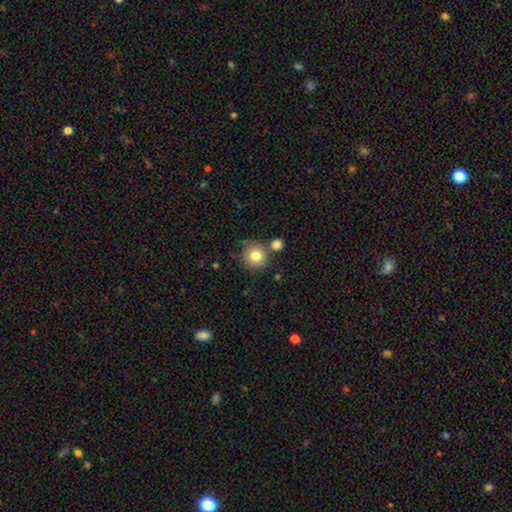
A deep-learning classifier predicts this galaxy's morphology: The model was most divided on "merging": none: 72%, merger: 15%, minor disturbance: 10%, major disturbance: 3%. More confident: how rounded — round (93%); smooth or featured — smooth (81%).